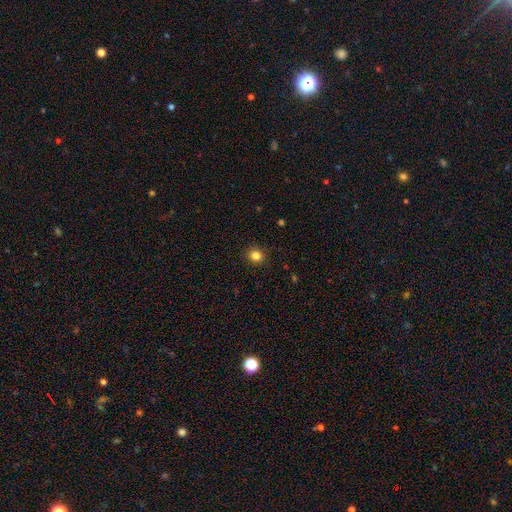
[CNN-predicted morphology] Smooth or featured?
  - smooth: 84% *
  - star or artifact: 12%
  - featured or disk: 4%
How rounded?
  - round: 76% *
  - in between: 23%
  - cigar-shaped: 1%
Merging?
  - none: 90% *
  - minor disturbance: 7%
  - major disturbance: 2%
  - merger: 1%